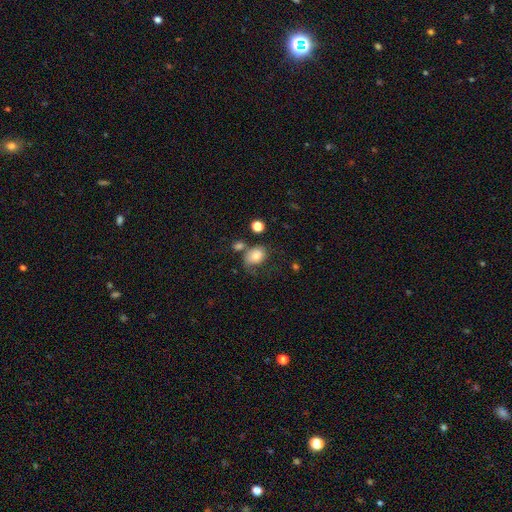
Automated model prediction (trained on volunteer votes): Morphology: type=smooth (77%); roundness=in between (67%); merging=none (42%).